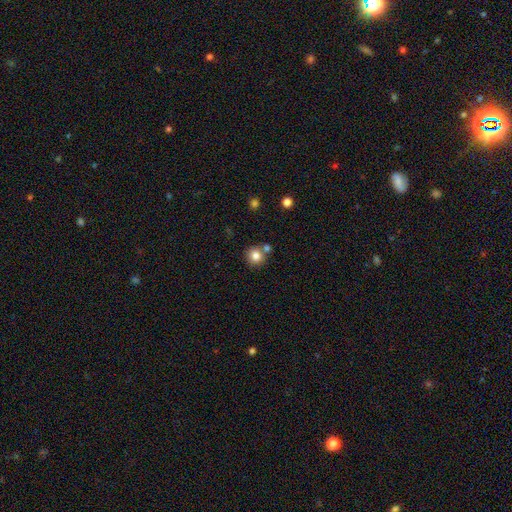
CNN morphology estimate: Smooth or featured? smooth (81%)
How rounded? round (91%)
Merging? none (71%)